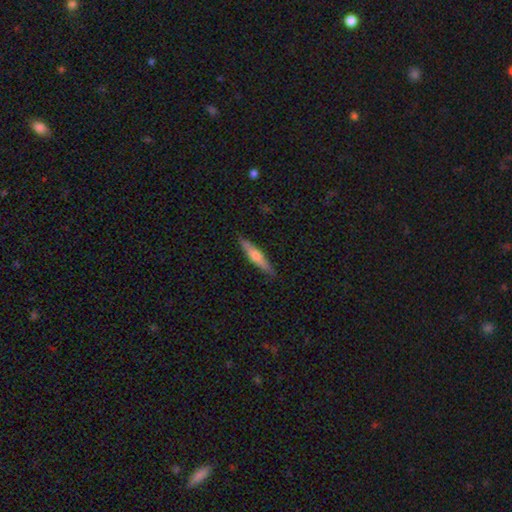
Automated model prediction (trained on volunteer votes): A smooth galaxy with no disk features (50%) that is cigar-shaped (87%).

Vote fractions:
- Smooth or featured? smooth: 50% / featured or disk: 44% / star or artifact: 6%
- How rounded? cigar-shaped: 87% / in between: 11% / round: 2%
- Merging? none: 89% / minor disturbance: 8% / major disturbance: 2% / merger: 1%